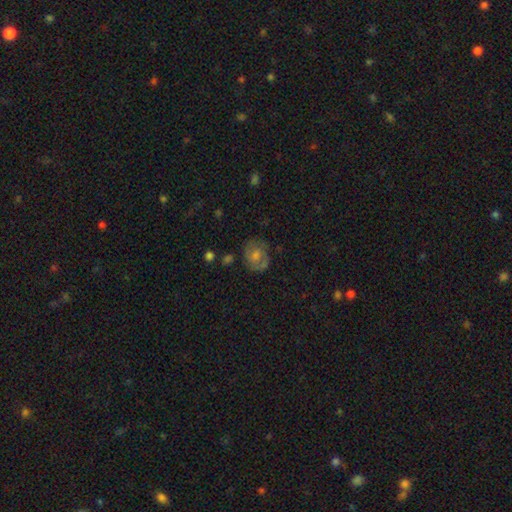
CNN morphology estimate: type=smooth (44%, tied with featured or disk); merging=none (72%).